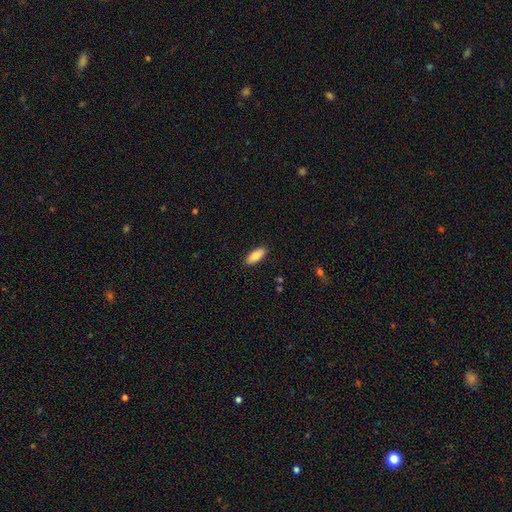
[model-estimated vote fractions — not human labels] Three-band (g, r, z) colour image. It shows a smooth galaxy with no disk features (87%) that is in between round and cigar-shaped (79%). Merging: none (89%).